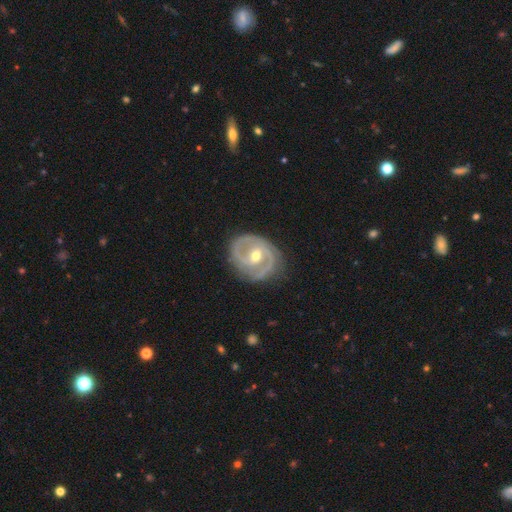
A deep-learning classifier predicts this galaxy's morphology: type=featured or disk (88%); edge-on=no (97%); bar=weak (41%); spiral arms=yes (94%); winding=tight (50%); arm count=2 (77%); bulge=moderate (64%); merging=none (77%).